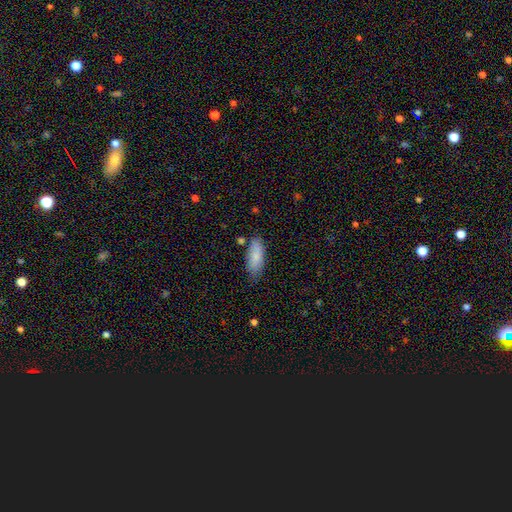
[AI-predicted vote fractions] smooth_or_featured: smooth (p=0.83) [alt: featured or disk p=0.10]
how_rounded: in between (p=0.74) [alt: cigar-shaped p=0.24]
merging: none (p=0.73) [alt: minor disturbance p=0.20]